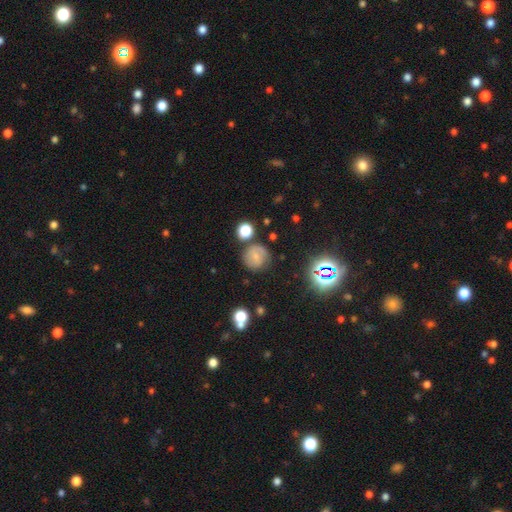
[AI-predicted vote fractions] Overall: smooth (54%; featured or disk 31%). How rounded: round (89%). Merging: none (72%).